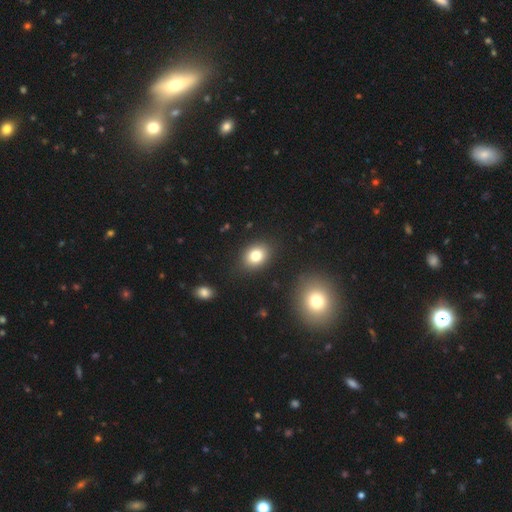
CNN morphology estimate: A smooth galaxy with no disk features (80%) that is in between round and cigar-shaped (61%).

Vote fractions:
- Smooth or featured? smooth: 80% / star or artifact: 11% / featured or disk: 9%
- How rounded? in between: 61% / round: 38% / cigar-shaped: 1%
- Merging? none: 87% / minor disturbance: 9% / major disturbance: 3% / merger: 2%